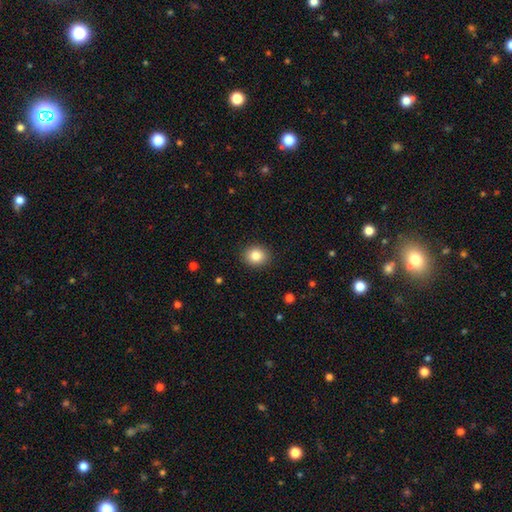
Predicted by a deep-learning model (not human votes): The model was most divided on "how rounded": round: 69%, in between: 30%, cigar-shaped: 1%. More confident: merging — none (91%); smooth or featured — smooth (84%).